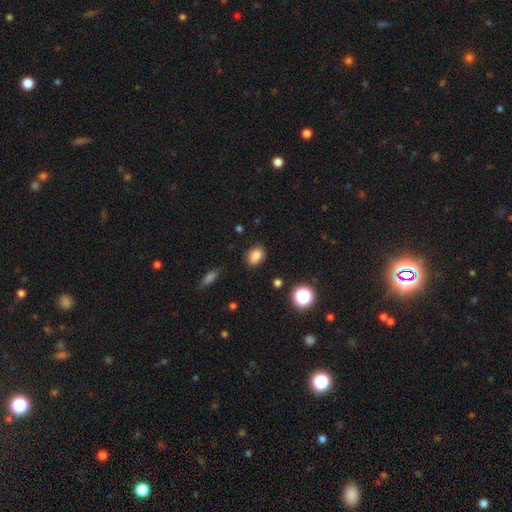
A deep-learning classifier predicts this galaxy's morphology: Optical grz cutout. It shows a smooth galaxy with no disk features (83%) that is in between round and cigar-shaped (71%). Merging: none (81%).